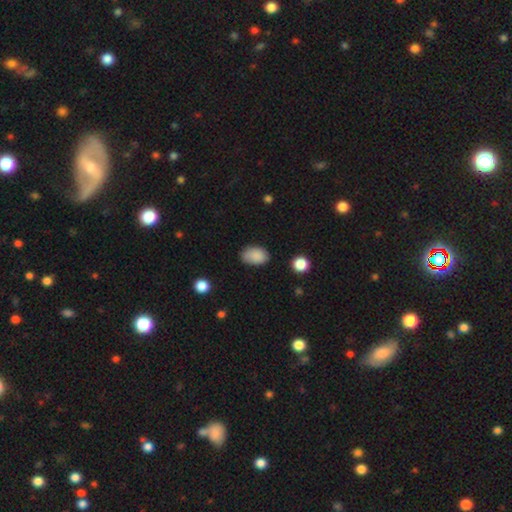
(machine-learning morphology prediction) smooth 88%, star or artifact 8%, featured or disk 4%. Down the decision tree: how rounded — in between (86%); merging — none (78%).